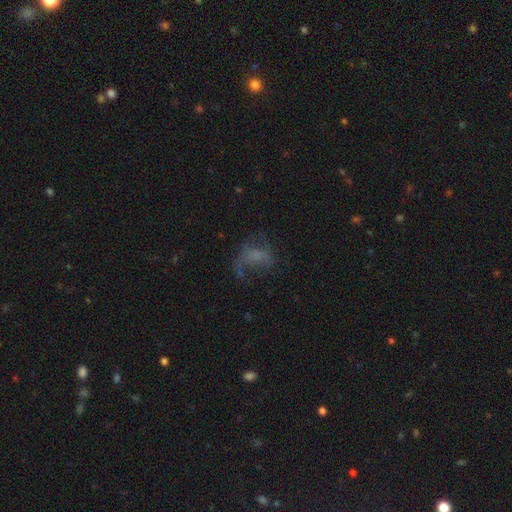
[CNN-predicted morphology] A featured or disk galaxy (44%).

Vote fractions:
- Smooth or featured? featured or disk: 44% / smooth: 37% / star or artifact: 20%
- Merging? major disturbance: 44% / none: 35% / minor disturbance: 17% / merger: 4%